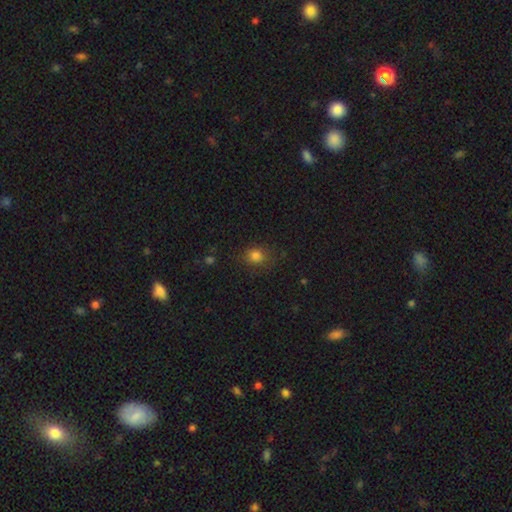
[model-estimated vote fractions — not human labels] smooth 80%, star or artifact 14%, featured or disk 6%. Down the decision tree: how rounded — round (68%); merging — none (77%).